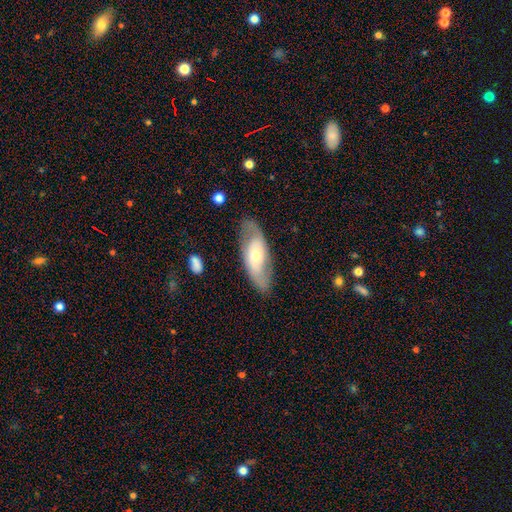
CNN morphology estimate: smooth-or-featured: featured or disk: 60% | smooth: 34% | star or artifact: 6%
  disk-edge-on: no: 86% | yes: 14%
    bar: no: 60% | weak: 27% | strong: 13%
    has-spiral-arms: yes: 70% | no: 30%
    bulge-size: small: 45% (tied) | moderate: 45% (tied) | large: 6% | dominant: 1% | none: 1%
  merging: none: 78% | minor disturbance: 15% | major disturbance: 6% | merger: 2%